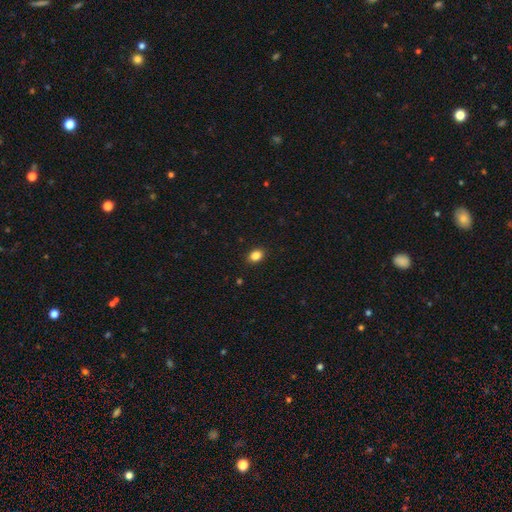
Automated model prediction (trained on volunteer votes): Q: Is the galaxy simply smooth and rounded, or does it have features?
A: smooth — 86%.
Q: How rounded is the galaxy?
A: in between — 70%.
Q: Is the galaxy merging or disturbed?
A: none — 90%.